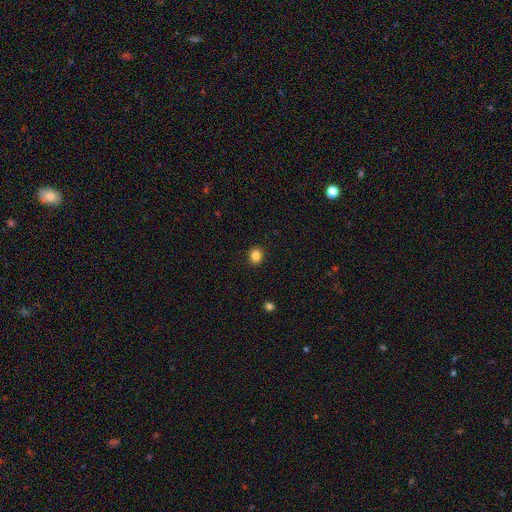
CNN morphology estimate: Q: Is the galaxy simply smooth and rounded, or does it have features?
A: smooth — 85%.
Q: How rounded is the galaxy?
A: round — 70%.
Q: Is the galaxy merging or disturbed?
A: none — 92%.